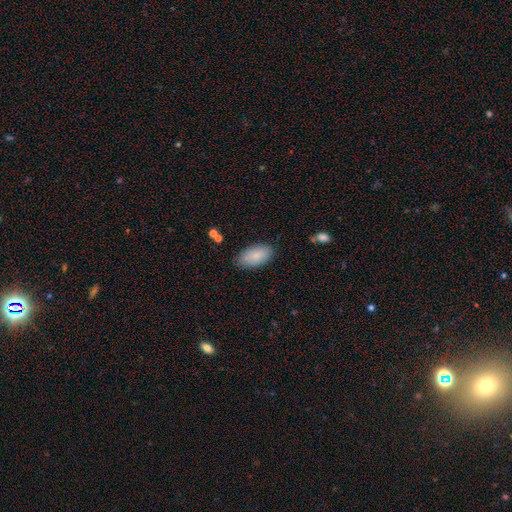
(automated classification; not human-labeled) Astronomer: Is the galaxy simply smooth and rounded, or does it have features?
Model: smooth — 87%.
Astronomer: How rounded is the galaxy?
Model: in between — 94%.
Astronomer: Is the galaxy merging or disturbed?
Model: none — 84%.